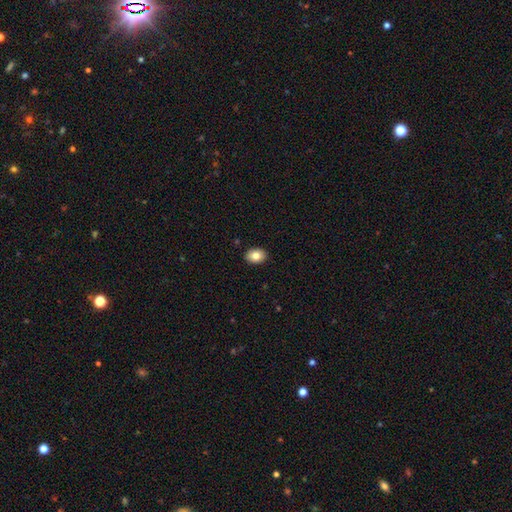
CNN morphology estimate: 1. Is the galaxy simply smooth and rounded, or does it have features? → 83% smooth, 9% featured or disk, 8% star or artifact.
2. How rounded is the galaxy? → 75% in between, 24% round, 1% cigar-shaped.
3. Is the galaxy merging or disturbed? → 90% none, 7% minor disturbance, 2% major disturbance, 1% merger.